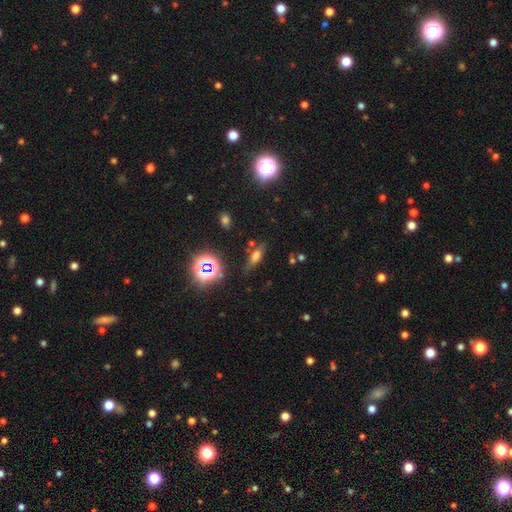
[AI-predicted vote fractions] Smooth or featured?
  - smooth: 56% *
  - star or artifact: 25%
  - featured or disk: 19%
How rounded?
  - in between: 61% *
  - cigar-shaped: 31%
  - round: 9%
Merging?
  - none: 70% *
  - minor disturbance: 17%
  - merger: 6%
  - major disturbance: 6%